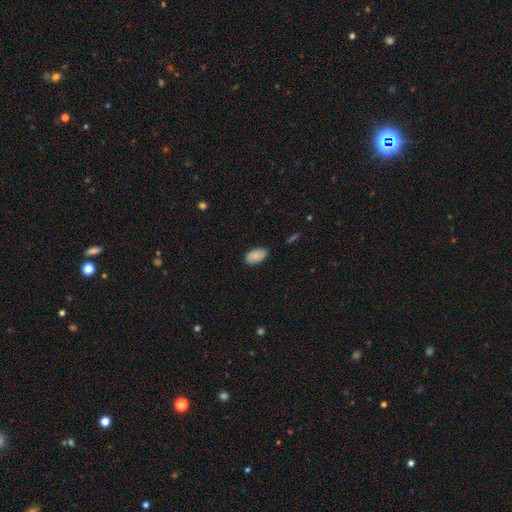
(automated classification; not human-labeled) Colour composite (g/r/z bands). It shows a smooth galaxy with no disk features (76%) that is in between round and cigar-shaped (94%). Merging: none (81%).